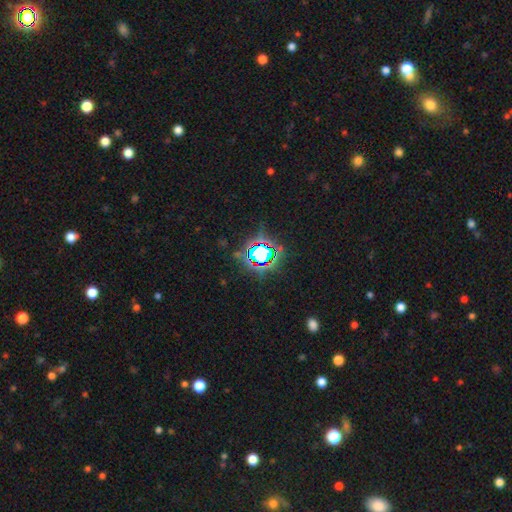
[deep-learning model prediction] A star or artifact, not a galaxy (72%).

Vote fractions:
- Smooth or featured? star or artifact: 72% / smooth: 17% / featured or disk: 11%